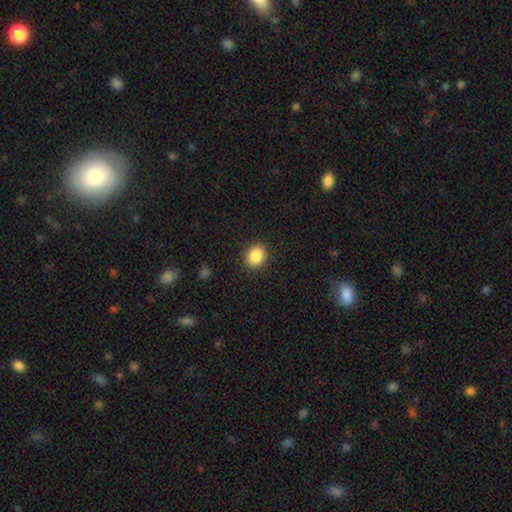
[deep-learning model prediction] This is clearly a smooth galaxy (87%). How rounded: likely round (67%). Merging: clearly none (90%).